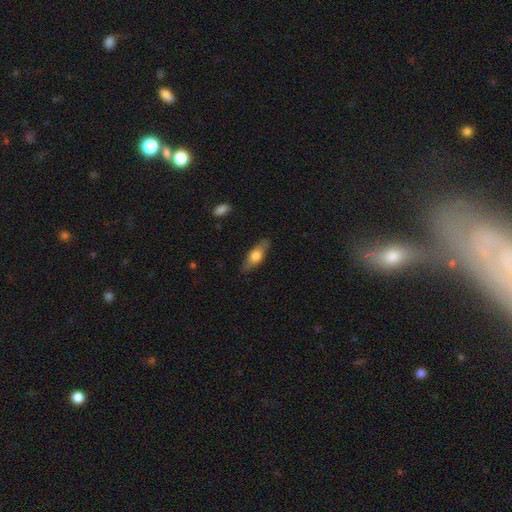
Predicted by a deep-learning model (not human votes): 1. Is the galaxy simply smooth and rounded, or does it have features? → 56% smooth, 38% featured or disk, 6% star or artifact.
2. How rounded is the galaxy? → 60% in between, 36% cigar-shaped, 4% round.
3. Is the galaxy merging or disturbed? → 84% none, 12% minor disturbance, 3% major disturbance, 1% merger.